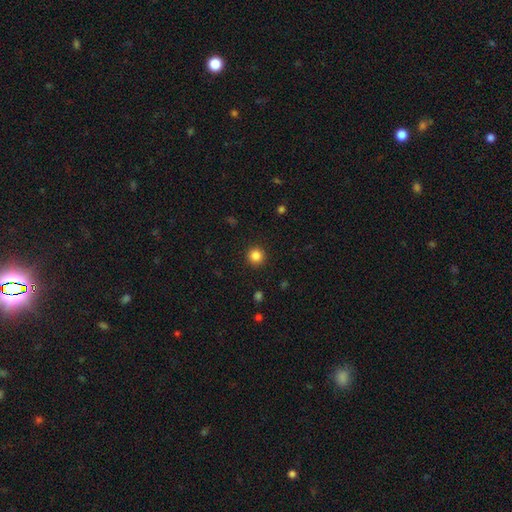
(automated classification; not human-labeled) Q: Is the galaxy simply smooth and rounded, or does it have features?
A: smooth — 85%.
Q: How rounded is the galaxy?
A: round — 95%.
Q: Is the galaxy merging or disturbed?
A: none — 92%.